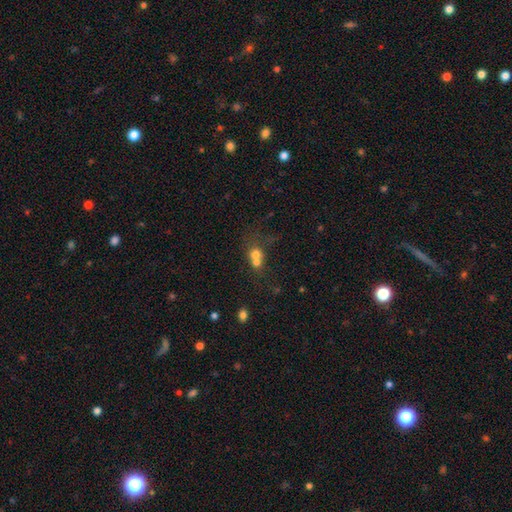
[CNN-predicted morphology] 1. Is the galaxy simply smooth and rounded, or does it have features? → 62% smooth, 19% star or artifact, 18% featured or disk.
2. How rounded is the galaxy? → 77% round, 22% in between, 1% cigar-shaped.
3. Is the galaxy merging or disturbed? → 61% merger, 28% none, 6% minor disturbance, 5% major disturbance.